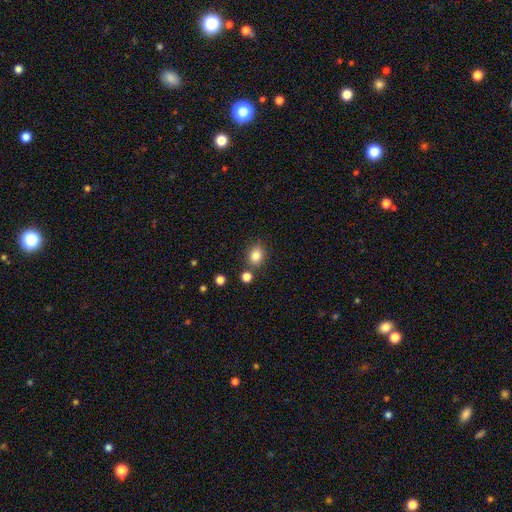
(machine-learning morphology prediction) Smooth or featured: smooth — 83% (star or artifact — 11%)
How rounded: round — 56% (in between — 43%)
Merging: none — 75% (minor disturbance — 11%)